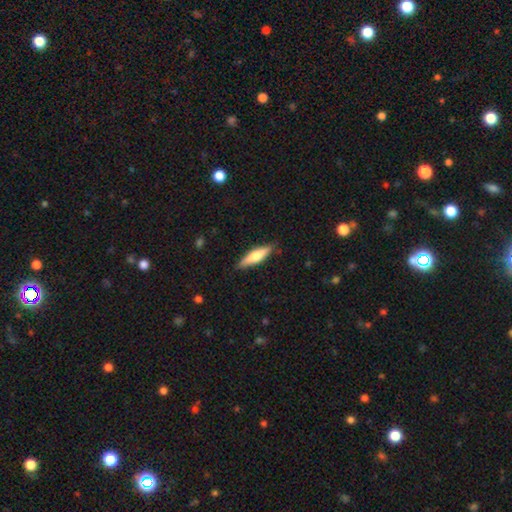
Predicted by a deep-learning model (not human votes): A smooth galaxy with no disk features (58%) that is cigar-shaped (66%). Merging: none (87%).